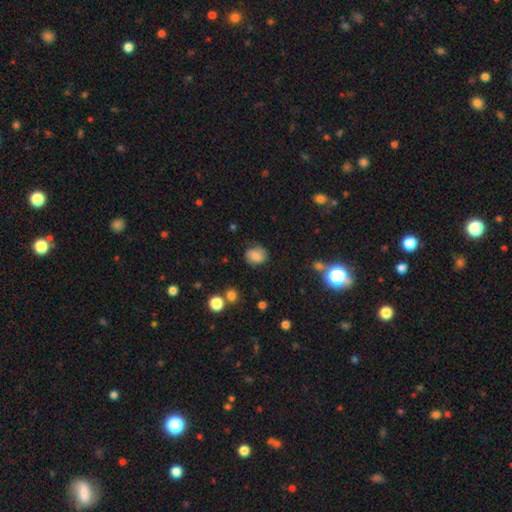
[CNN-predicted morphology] The model was most divided on "how rounded": round: 57%, in between: 42%, cigar-shaped: 1%. More confident: smooth or featured — smooth (74%); merging — none (71%).